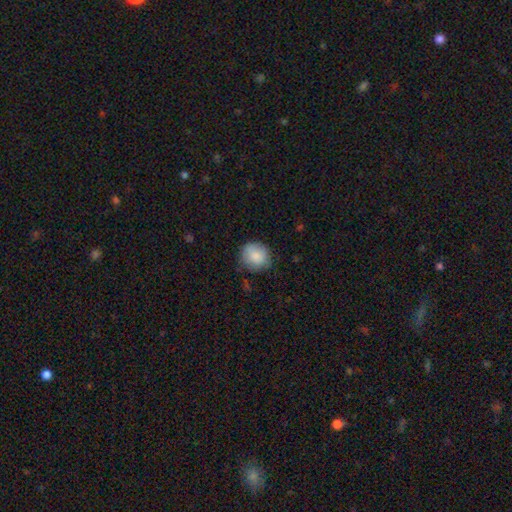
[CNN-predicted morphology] The model was most divided on "merging": none: 75%, minor disturbance: 19%, major disturbance: 4%, merger: 1%. More confident: smooth or featured — smooth (84%); how rounded — round (83%).